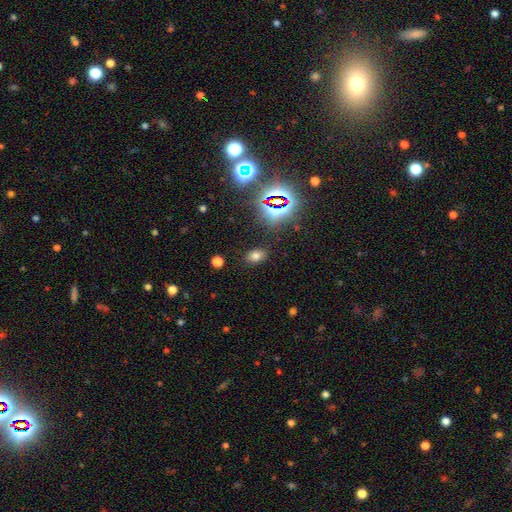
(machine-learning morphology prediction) smooth_or_featured: smooth (p=0.68) [alt: star or artifact p=0.23]
how_rounded: in between (p=0.81) [alt: round p=0.17]
merging: none (p=0.85) [alt: minor disturbance p=0.09]